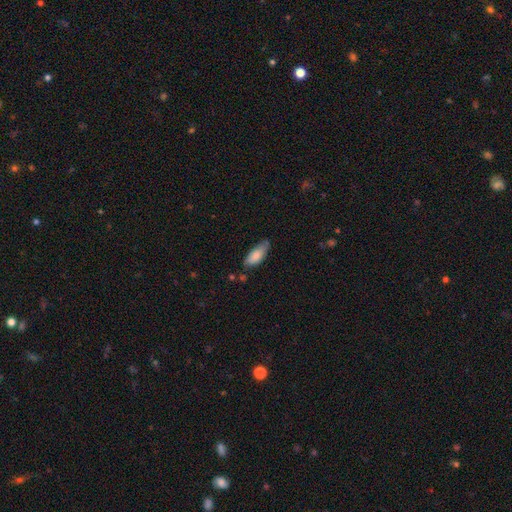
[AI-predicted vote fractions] Overall: smooth (82%). How rounded: in between (78%). Merging: none (63%; minor disturbance 28%).